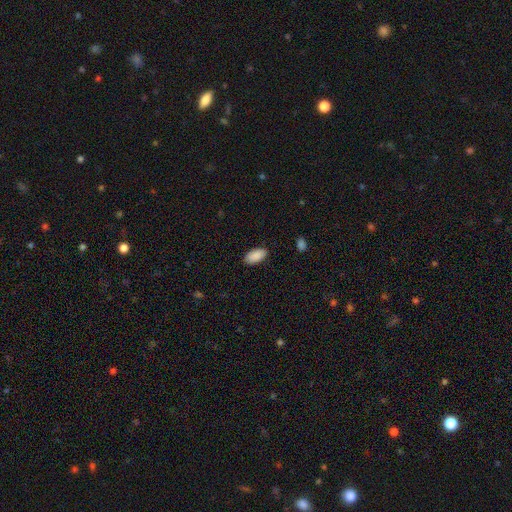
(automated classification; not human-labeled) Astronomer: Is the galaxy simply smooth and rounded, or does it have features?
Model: smooth — 90%.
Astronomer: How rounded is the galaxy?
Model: in between — 95%.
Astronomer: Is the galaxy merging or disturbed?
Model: none — 87%.